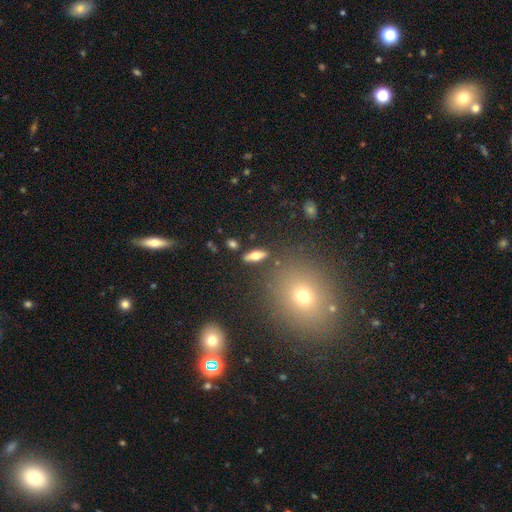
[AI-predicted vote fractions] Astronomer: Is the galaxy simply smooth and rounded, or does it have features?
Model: smooth — 57% (runner-up: featured or disk, 33%).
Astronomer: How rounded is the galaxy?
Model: in between — 58% (runner-up: cigar-shaped, 35%).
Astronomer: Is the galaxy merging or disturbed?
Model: none — 84%.